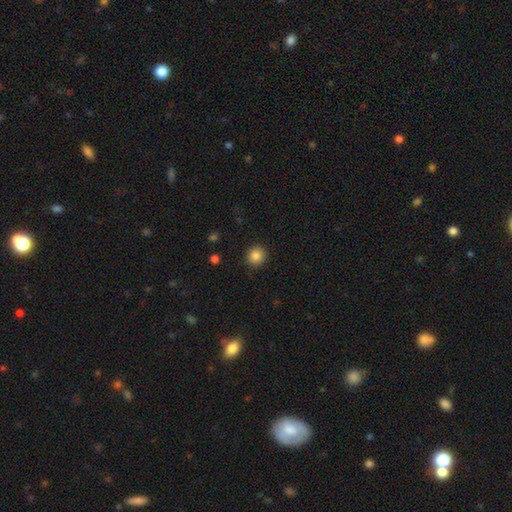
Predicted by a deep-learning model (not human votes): smooth_or_featured: smooth (p=0.86) [alt: star or artifact p=0.10]
how_rounded: round (p=0.91) [alt: in between p=0.08]
merging: none (p=0.91) [alt: minor disturbance p=0.06]